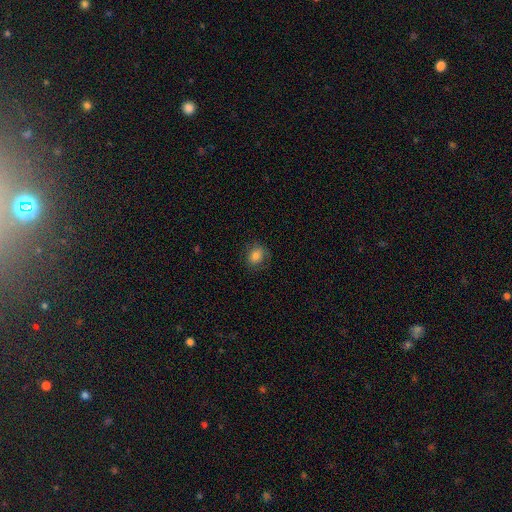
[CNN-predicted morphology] This appears to be a smooth galaxy with no disk features (78%) that is round (63%). Merging: none (78%).